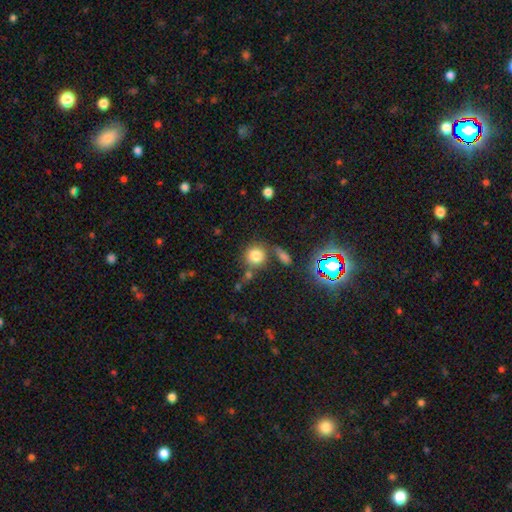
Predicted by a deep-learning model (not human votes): A smooth galaxy with no disk features (79%) that is round (86%). Merging: none (66%).